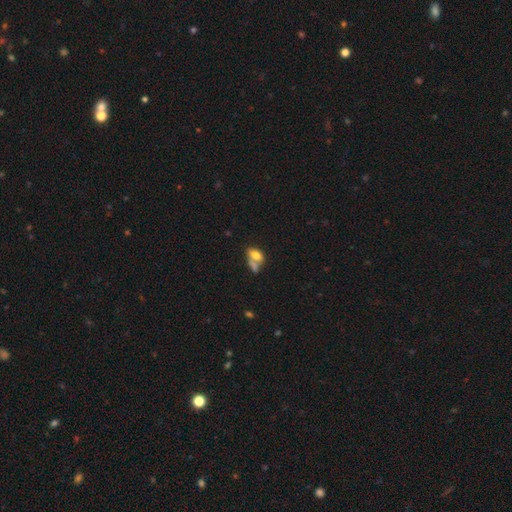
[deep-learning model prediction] Smooth or featured? smooth (70%)
How rounded? in between (83%)
Merging? merger (51%)